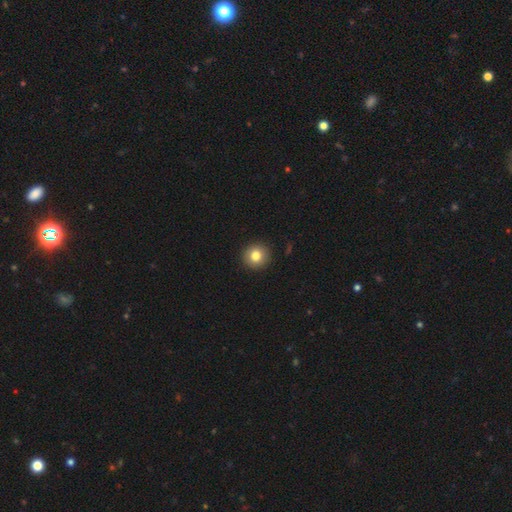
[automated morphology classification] Smooth or featured? Predicted: smooth (p=0.82). How rounded? Predicted: round (p=0.93). Merging? Predicted: none (p=0.92).